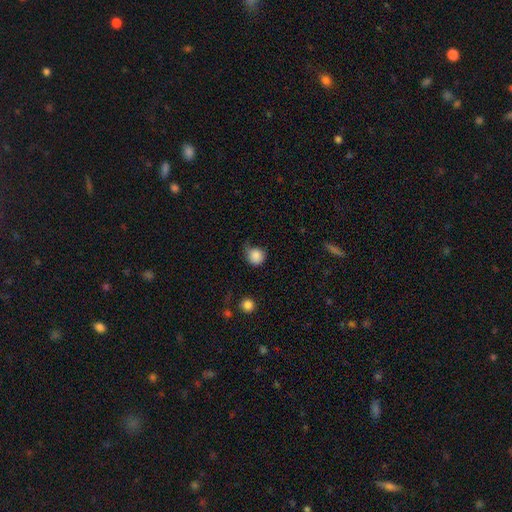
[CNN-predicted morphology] A smooth galaxy with no disk features (86%) that is round (85%).

Vote fractions:
- Smooth or featured? smooth: 86% / star or artifact: 9% / featured or disk: 5%
- How rounded? round: 85% / in between: 15% / cigar-shaped: 1%
- Merging? none: 49% / minor disturbance: 35% / major disturbance: 13% / merger: 3%